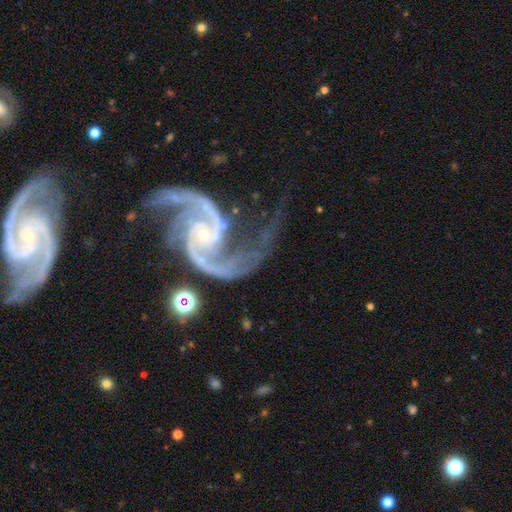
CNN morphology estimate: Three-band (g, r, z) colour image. It shows a featured or disk galaxy (94%) with no bar (58%), 2 (88%) medium (60%) spiral arms (99%) and a small central bulge (84%). Merging: none (62%).